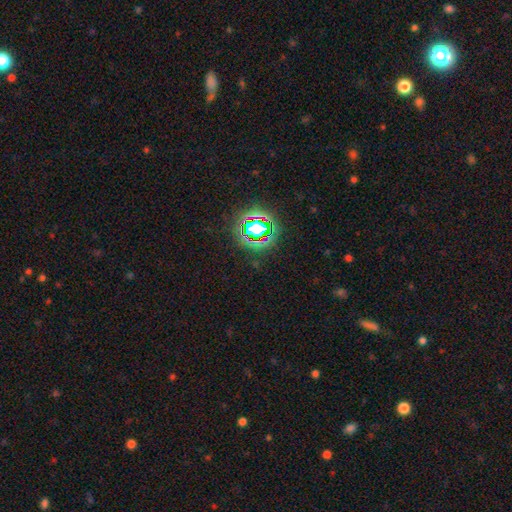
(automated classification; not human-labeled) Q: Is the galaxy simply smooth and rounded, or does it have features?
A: star or artifact — 81%.